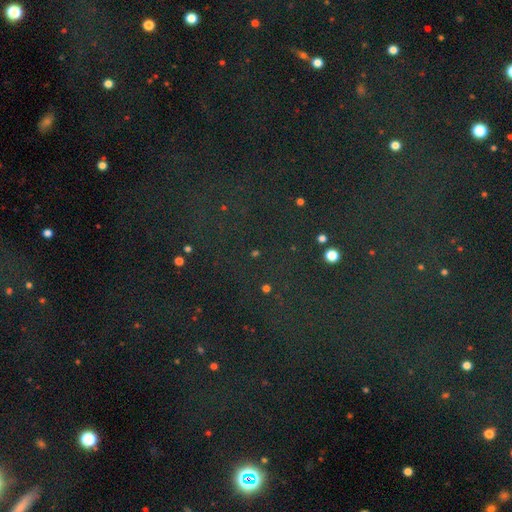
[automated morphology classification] Smooth or featured? Predicted: star or artifact (p=0.78).